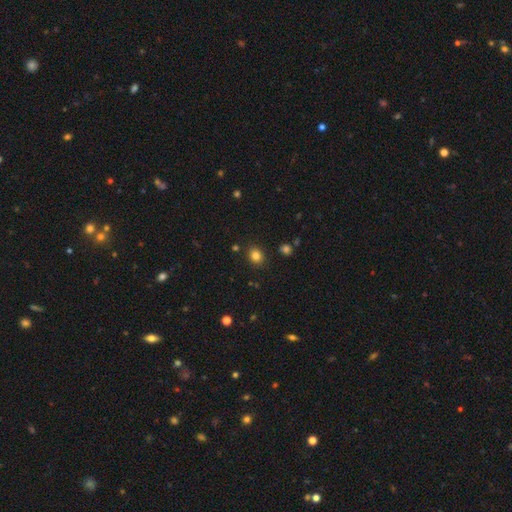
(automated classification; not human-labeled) Morphology: type=smooth (82%); roundness=round (68%); merging=none (86%).